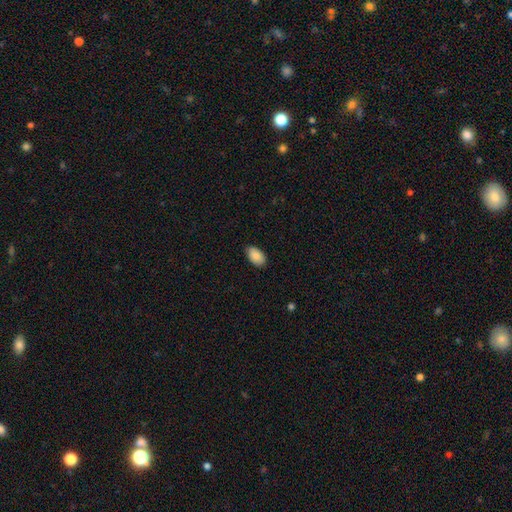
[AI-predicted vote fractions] smooth-or-featured: smooth: 89% | star or artifact: 6% | featured or disk: 4%
  how-rounded: in between: 93% | round: 5% | cigar-shaped: 1%
  merging: none: 86% | minor disturbance: 11% | major disturbance: 2% | merger: 1%